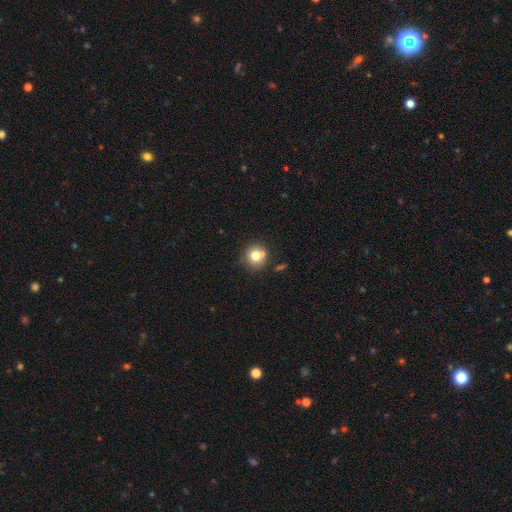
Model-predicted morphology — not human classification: This is likely a smooth galaxy (75%). How rounded: clearly round (90%). Merging: likely none (67%).